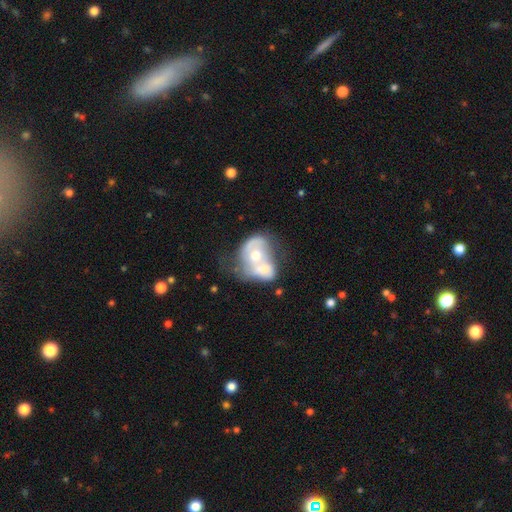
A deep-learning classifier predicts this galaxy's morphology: A featured or disk galaxy (54%) with no bar (82%), no spiral arms (63%) and a moderate central bulge (71%). Merging: merger (75%).